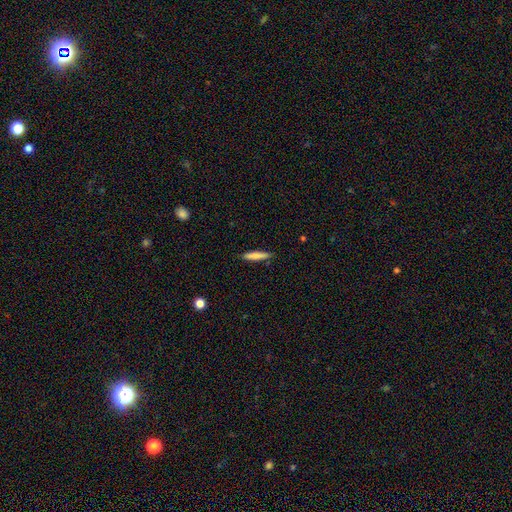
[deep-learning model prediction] smooth_or_featured: smooth (p=0.80) [alt: featured or disk p=0.14]
how_rounded: cigar-shaped (p=0.90) [alt: in between p=0.08]
merging: none (p=0.88) [alt: minor disturbance p=0.09]